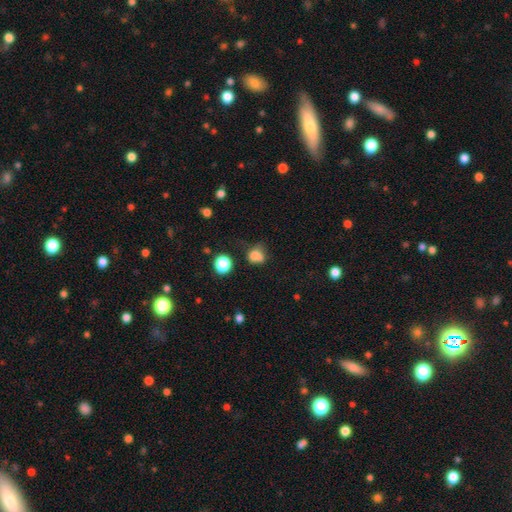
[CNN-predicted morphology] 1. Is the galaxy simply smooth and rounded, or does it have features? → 76% smooth, 15% star or artifact, 9% featured or disk.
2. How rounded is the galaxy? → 58% round, 40% in between, 1% cigar-shaped.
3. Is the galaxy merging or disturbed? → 46% none, 27% minor disturbance, 15% major disturbance, 13% merger.